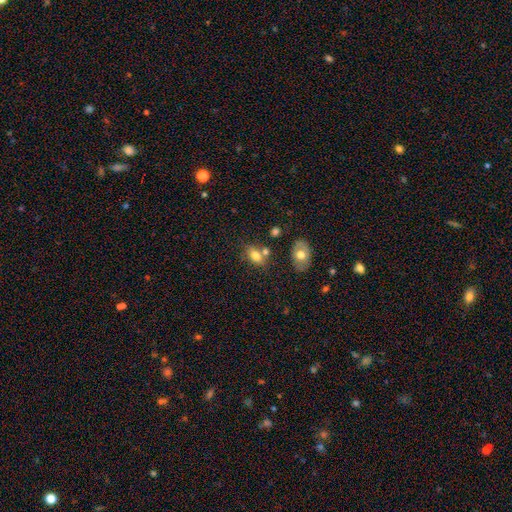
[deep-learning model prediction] A smooth galaxy with no disk features (74%) that is in between round and cigar-shaped (80%).

Vote fractions:
- Smooth or featured? smooth: 74% / featured or disk: 16% / star or artifact: 9%
- How rounded? in between: 80% / round: 16% / cigar-shaped: 3%
- Merging? none: 58% / merger: 21% / minor disturbance: 16% / major disturbance: 5%